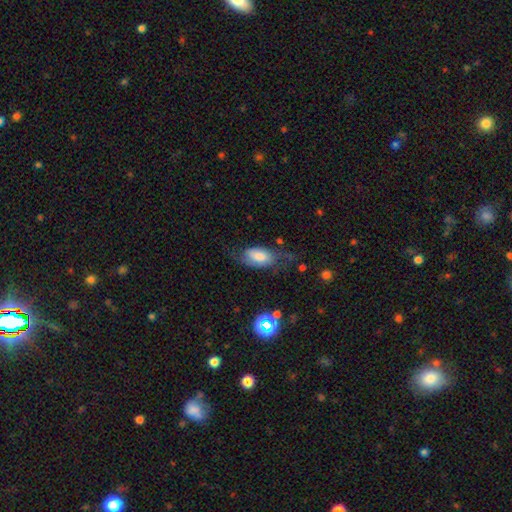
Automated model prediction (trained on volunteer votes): Morphology: type=smooth (50%); merging=none (54%).